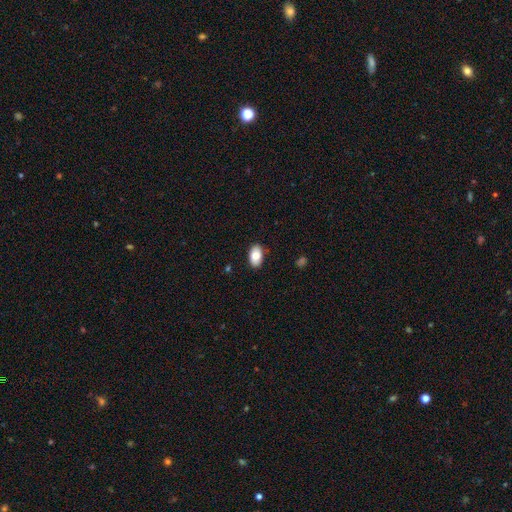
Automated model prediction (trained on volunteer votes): This appears to be a smooth galaxy with no disk features (81%) that is in between round and cigar-shaped (93%). Merging: none (87%).